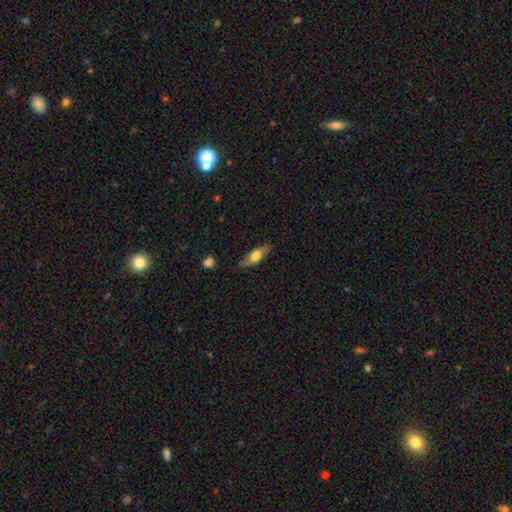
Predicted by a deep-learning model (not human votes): Q: Smooth or featured?
A: smooth (60%); runner-up: featured or disk (34%)
Q: How rounded?
A: in between (61%); runner-up: cigar-shaped (36%)
Q: Merging?
A: none (74%); runner-up: minor disturbance (20%)